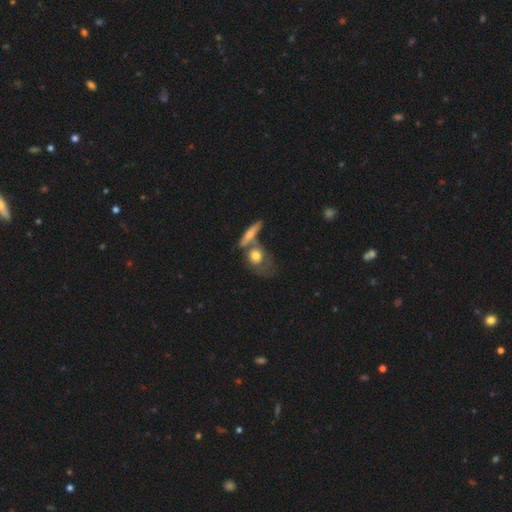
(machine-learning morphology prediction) Q: Smooth or featured?
A: smooth (61%); runner-up: featured or disk (31%)
Q: How rounded?
A: round (48%); runner-up: in between (41%)
Q: Merging?
A: merger (37%); runner-up: none (34%)